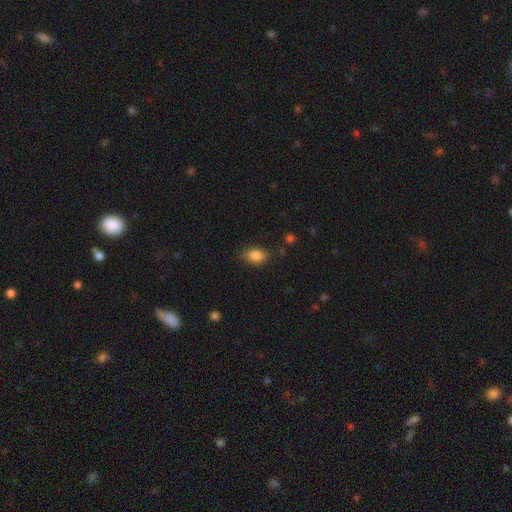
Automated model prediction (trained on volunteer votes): Smooth or featured? Predicted: smooth (p=0.84). How rounded? Predicted: in between (p=0.80). Merging? Predicted: none (p=0.78).